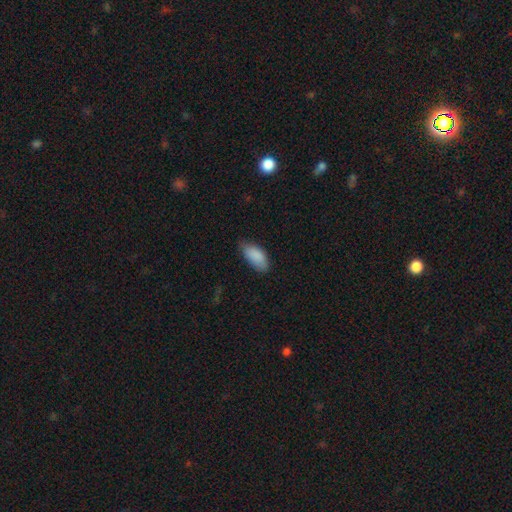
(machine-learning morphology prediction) smooth-or-featured: smooth: 89% | star or artifact: 6% | featured or disk: 5%
  how-rounded: in between: 91% | cigar-shaped: 7% | round: 2%
  merging: none: 64% | minor disturbance: 29% | major disturbance: 5% | merger: 1%